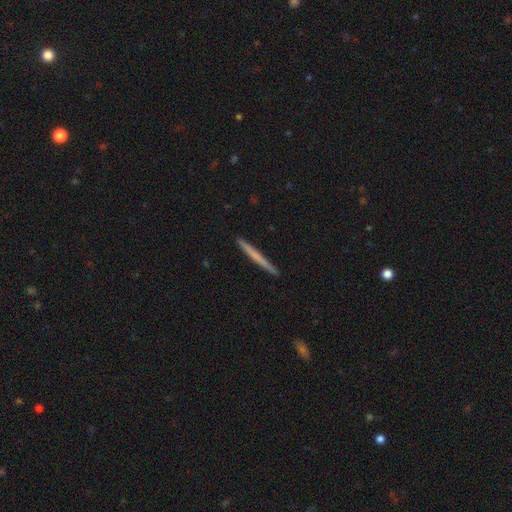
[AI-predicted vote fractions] smooth-or-featured: smooth: 55% | featured or disk: 40% | star or artifact: 5%
  how-rounded: cigar-shaped: 97% | in between: 1% | round: 1%
  merging: none: 93% | minor disturbance: 5% | major disturbance: 1% | merger: 1%